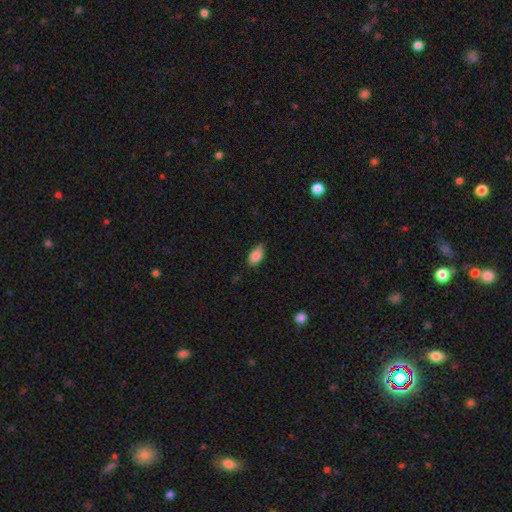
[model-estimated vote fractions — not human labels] The model was most divided on "merging": none: 73%, minor disturbance: 22%, major disturbance: 3%, merger: 1%. More confident: how rounded — in between (92%); smooth or featured — smooth (85%).